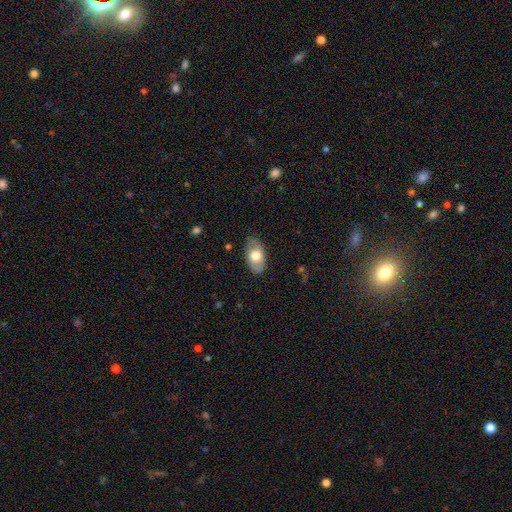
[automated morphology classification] Q: Smooth or featured?
A: smooth (62%); runner-up: featured or disk (32%)
Q: How rounded?
A: in between (93%); runner-up: round (5%)
Q: Merging?
A: none (80%); runner-up: minor disturbance (15%)